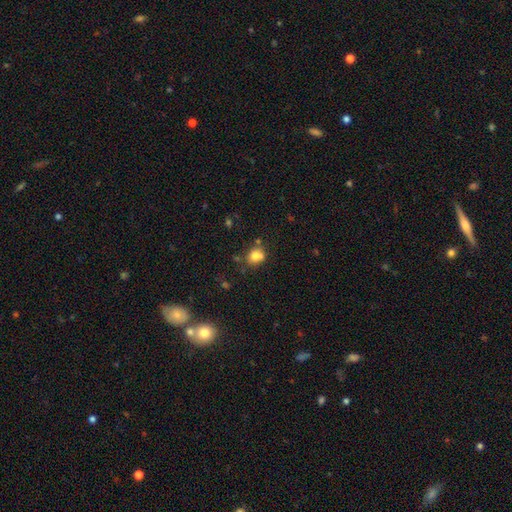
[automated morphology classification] Smooth or featured? smooth (77%)
How rounded? round (66%)
Merging? none (55%)